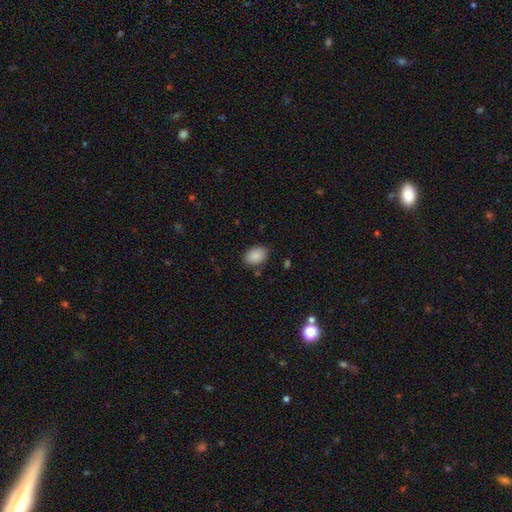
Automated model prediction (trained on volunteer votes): This is clearly a smooth galaxy (89%). How rounded: clearly in between (86%). Merging: clearly none (83%).